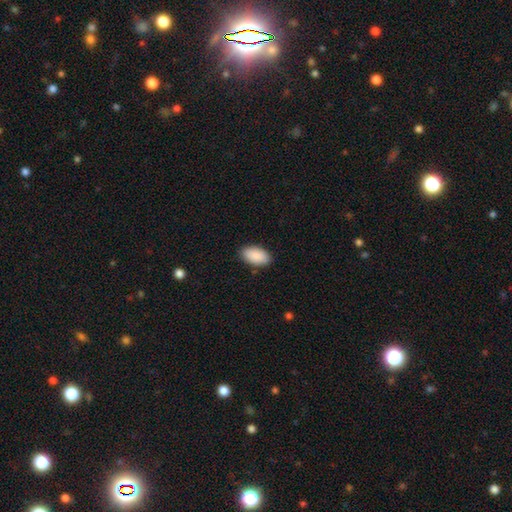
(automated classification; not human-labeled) A smooth galaxy with no disk features (90%) that is in between round and cigar-shaped (95%).

Vote fractions:
- Smooth or featured? smooth: 90% / star or artifact: 6% / featured or disk: 4%
- How rounded? in between: 95% / round: 3% / cigar-shaped: 2%
- Merging? none: 88% / minor disturbance: 9% / major disturbance: 2% / merger: 1%